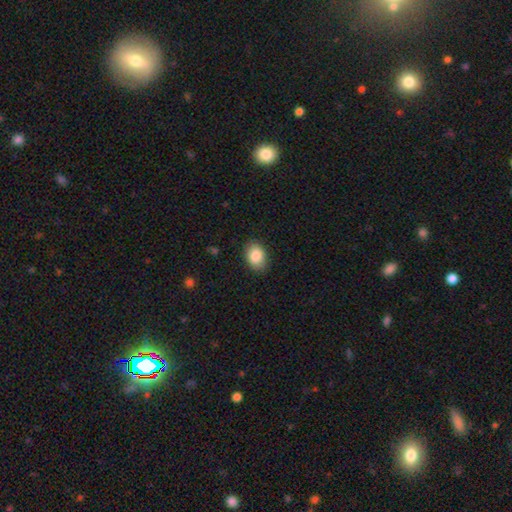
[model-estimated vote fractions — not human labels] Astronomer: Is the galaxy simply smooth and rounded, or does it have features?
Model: smooth — 87%.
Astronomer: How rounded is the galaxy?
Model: in between — 77%.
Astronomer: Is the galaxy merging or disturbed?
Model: none — 87%.